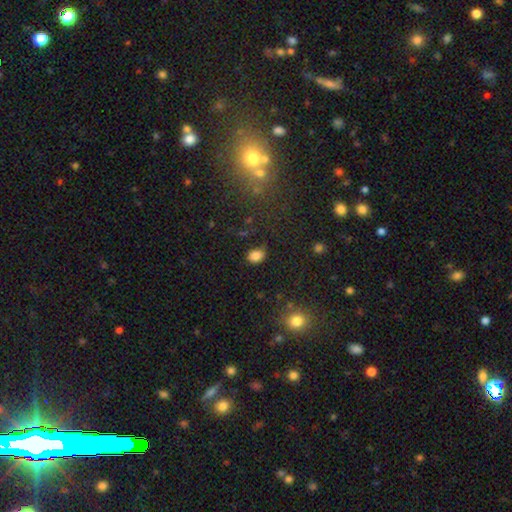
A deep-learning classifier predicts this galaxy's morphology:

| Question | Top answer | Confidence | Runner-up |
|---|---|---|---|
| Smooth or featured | smooth | 83% | star or artifact (11%) |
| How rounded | in between | 66% | round (33%) |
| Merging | none | 72% | minor disturbance (20%) |